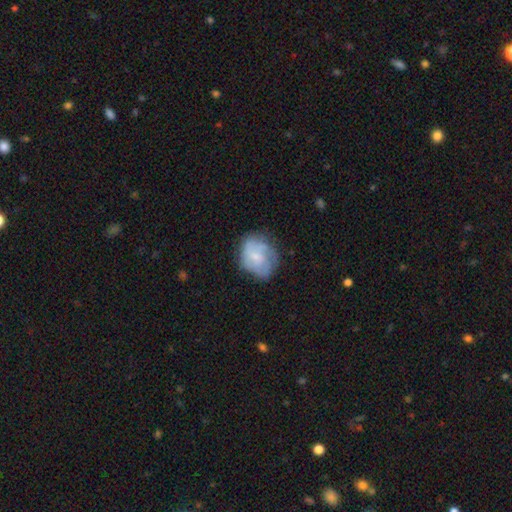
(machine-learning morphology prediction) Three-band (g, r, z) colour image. It shows a featured or disk galaxy (55%) with no bar (63%), spiral arms (78%) and a small central bulge (58%). Merging: none (61%).